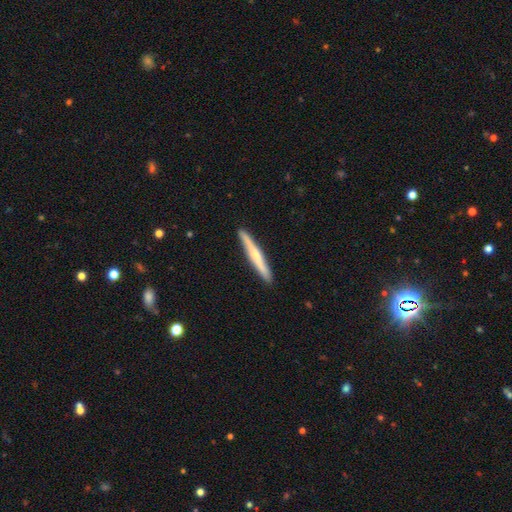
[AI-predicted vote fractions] smooth-or-featured: featured or disk: 48% | smooth: 46% | star or artifact: 5%
  merging: none: 92% | minor disturbance: 6% | major disturbance: 1% | merger: 1%